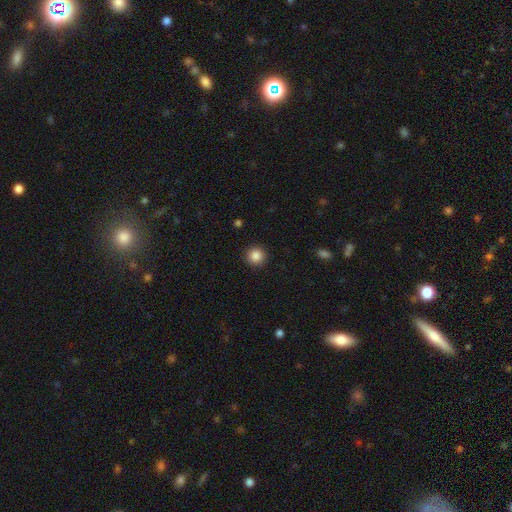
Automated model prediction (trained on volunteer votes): Morphology: type=smooth (86%); roundness=round (95%); merging=none (92%).